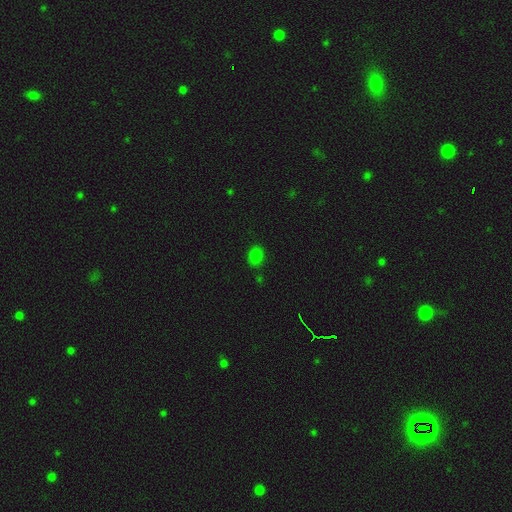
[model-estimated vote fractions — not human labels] Overall: smooth (79%). How rounded: round (50%; in between 49%). Merging: none (83%).